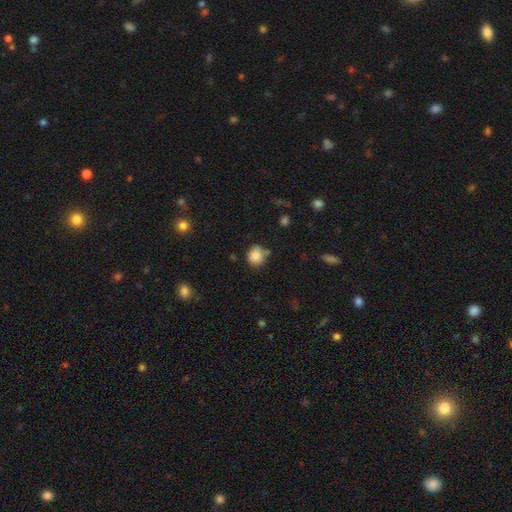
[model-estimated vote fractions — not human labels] Overall: smooth (85%). How rounded: round (77%). Merging: none (70%).